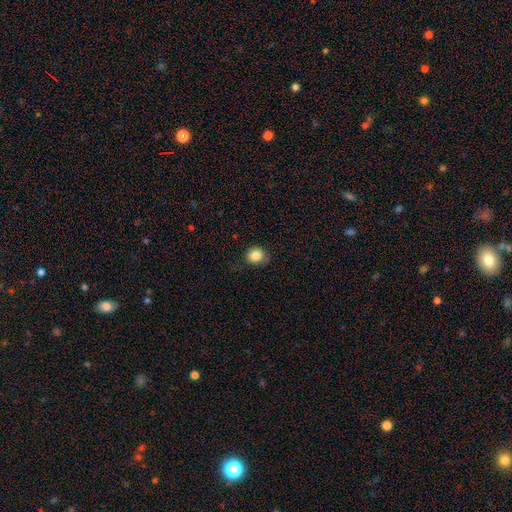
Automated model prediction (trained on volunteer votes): smooth_or_featured: smooth (p=0.84) [alt: star or artifact p=0.10]
how_rounded: round (p=0.82) [alt: in between p=0.17]
merging: none (p=0.74) [alt: minor disturbance p=0.20]